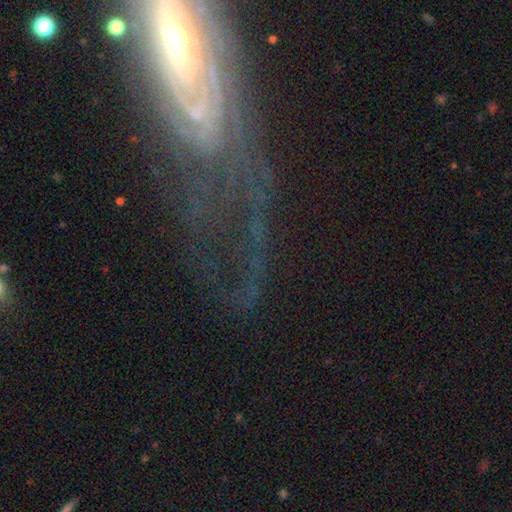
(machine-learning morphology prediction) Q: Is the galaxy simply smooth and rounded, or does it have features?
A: featured or disk — 71%.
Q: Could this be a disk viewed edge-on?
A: no — 84%.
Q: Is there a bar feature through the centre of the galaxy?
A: no — 57%.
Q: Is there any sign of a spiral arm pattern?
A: yes — 78%.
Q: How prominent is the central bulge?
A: small — 56%.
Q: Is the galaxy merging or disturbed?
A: none — 53%.